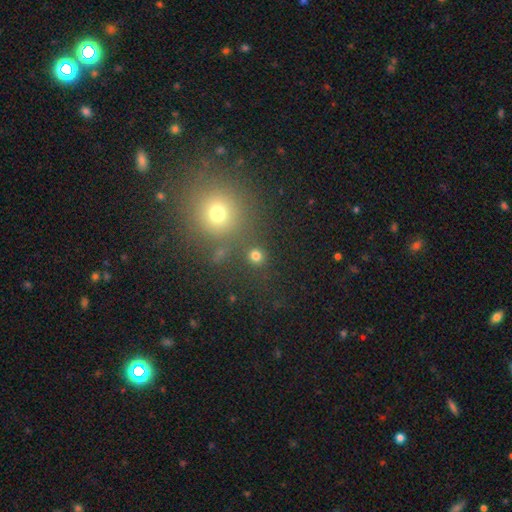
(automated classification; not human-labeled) This is likely a smooth galaxy (77%). How rounded: clearly round (90%). Merging: clearly none (82%).